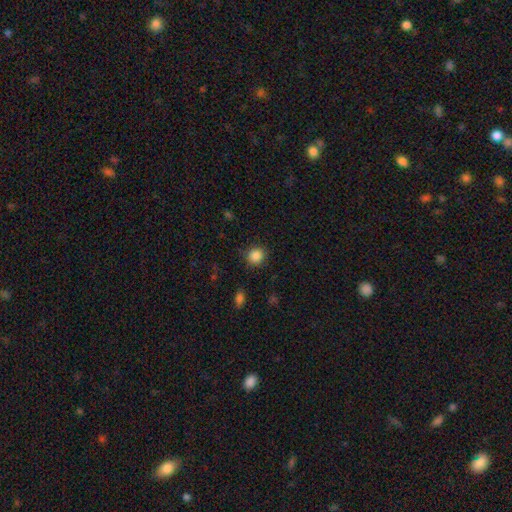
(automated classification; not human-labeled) The model was most divided on "smooth or featured": smooth: 86%, star or artifact: 10%, featured or disk: 3%. More confident: how rounded — round (89%); merging — none (87%).